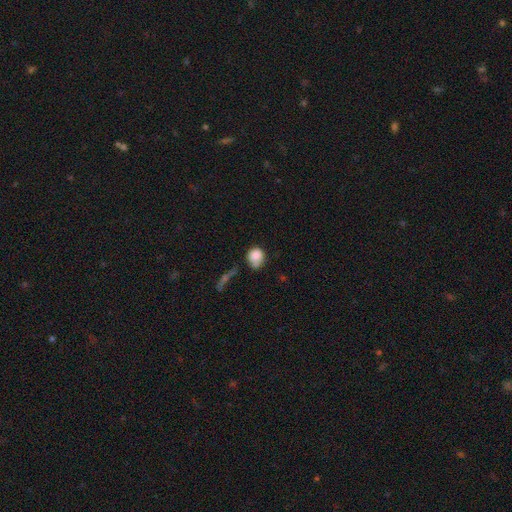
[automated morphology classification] Smooth or featured? smooth (82%)
How rounded? round (77%)
Merging? none (49%)